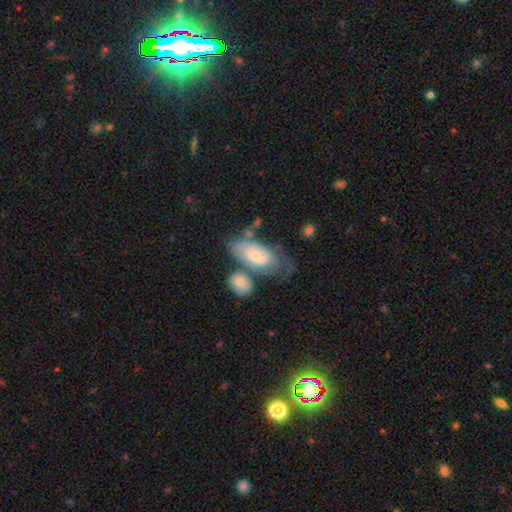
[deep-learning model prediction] smooth-or-featured: smooth: 52% | featured or disk: 42% | star or artifact: 6%
  how-rounded: in between: 90% | cigar-shaped: 5% | round: 4%
  merging: none: 31% | merger: 26% | minor disturbance: 22% | major disturbance: 20%